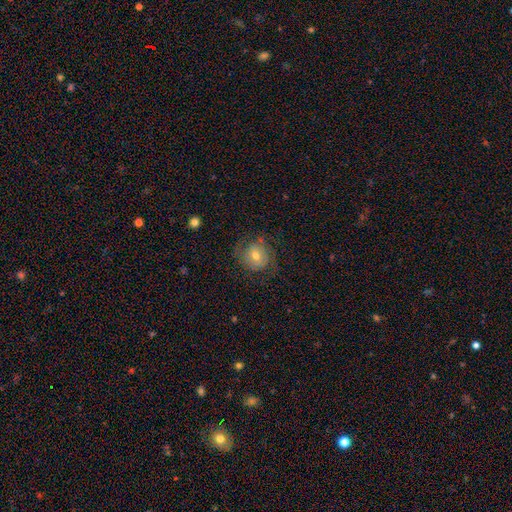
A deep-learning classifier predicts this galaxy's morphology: smooth-or-featured: smooth: 48% | featured or disk: 43% | star or artifact: 8%
  merging: none: 66% | minor disturbance: 19% | major disturbance: 13% | merger: 1%